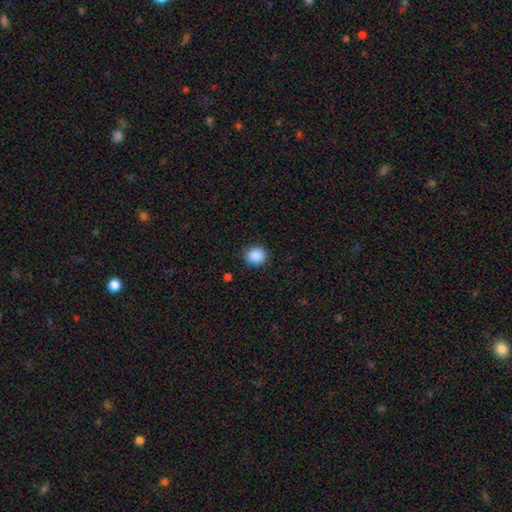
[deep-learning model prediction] This is clearly a smooth galaxy (89%). How rounded: likely round (77%). Merging: clearly none (88%).